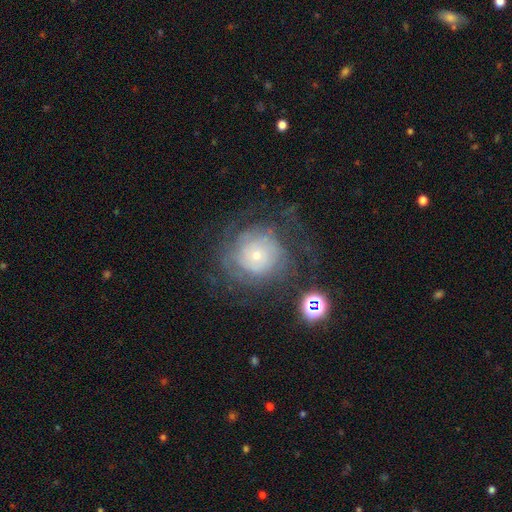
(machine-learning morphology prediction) The model was most divided on "merging": none: 59%, major disturbance: 21%, minor disturbance: 17%, merger: 2%. More confident: edge-on disk — no (97%); bar — no (84%); spiral arms — yes (84%); bulge size — small (72%); smooth or featured — featured or disk (69%); spiral winding — tight (68%); spiral arm count — can't tell (54%).